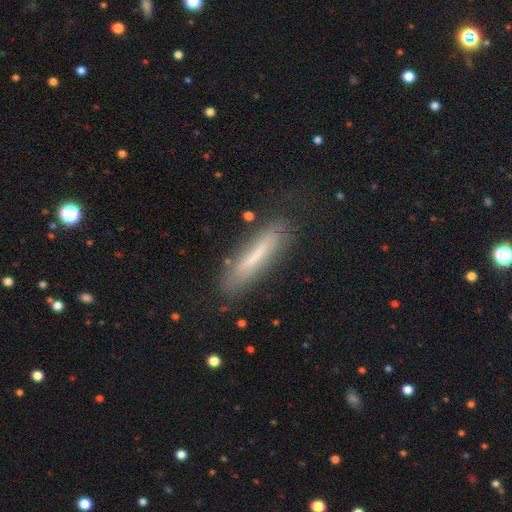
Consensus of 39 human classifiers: This appears to be a smooth galaxy with no disk features (59%) that is cigar-shaped (83%). Merging: none (90%).